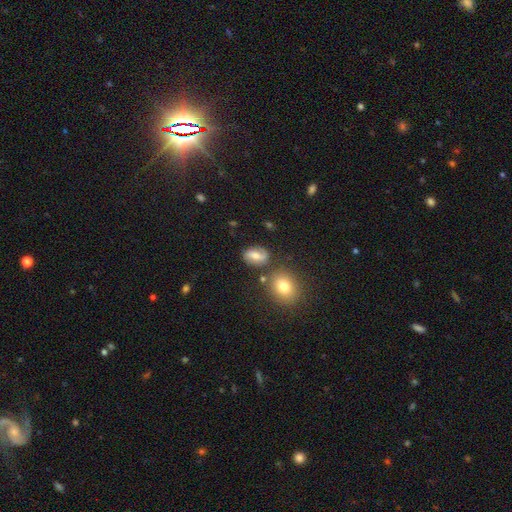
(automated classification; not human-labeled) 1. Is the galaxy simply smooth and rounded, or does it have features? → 50% smooth, 39% featured or disk, 11% star or artifact.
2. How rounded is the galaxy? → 74% in between, 23% round, 3% cigar-shaped.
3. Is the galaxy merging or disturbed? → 71% none, 16% minor disturbance, 7% merger, 6% major disturbance.